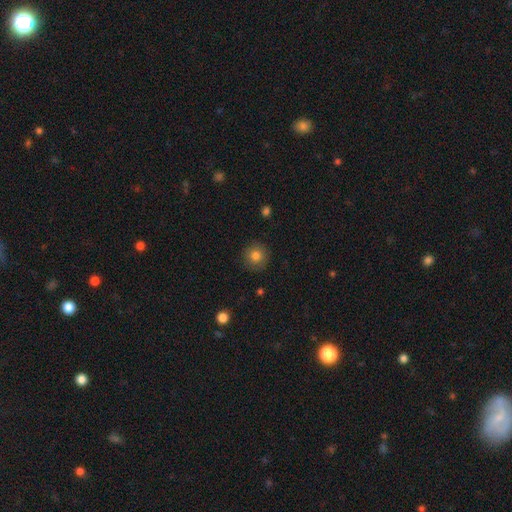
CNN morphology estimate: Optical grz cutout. It shows a smooth galaxy with no disk features (82%) that is round (94%). Merging: none (89%).